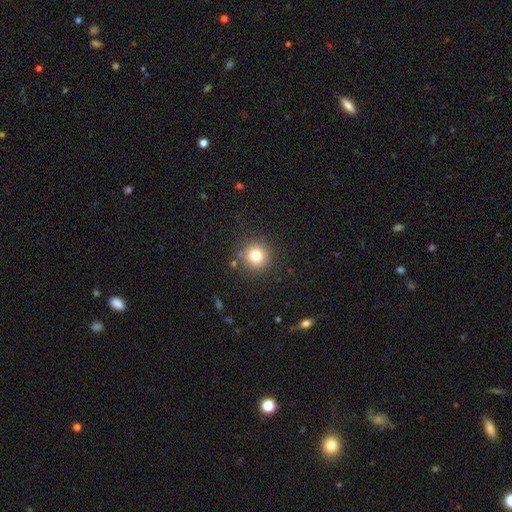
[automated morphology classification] Smooth or featured?
  - smooth: 79% *
  - star or artifact: 13%
  - featured or disk: 8%
How rounded?
  - round: 94% *
  - in between: 5%
  - cigar-shaped: 1%
Merging?
  - none: 87% *
  - minor disturbance: 7%
  - merger: 3%
  - major disturbance: 3%